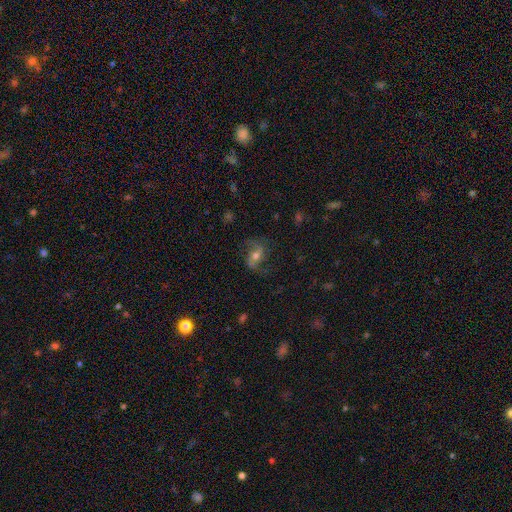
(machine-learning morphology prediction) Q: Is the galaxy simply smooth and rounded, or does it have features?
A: featured or disk — 69%.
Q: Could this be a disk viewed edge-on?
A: no — 95%.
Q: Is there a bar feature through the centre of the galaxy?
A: no — 37%.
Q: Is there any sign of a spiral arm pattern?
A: yes — 90%.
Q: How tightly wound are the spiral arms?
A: loose — 59%.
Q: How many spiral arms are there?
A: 2 — 89%.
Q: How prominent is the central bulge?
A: moderate — 63%.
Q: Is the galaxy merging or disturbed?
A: none — 70%.